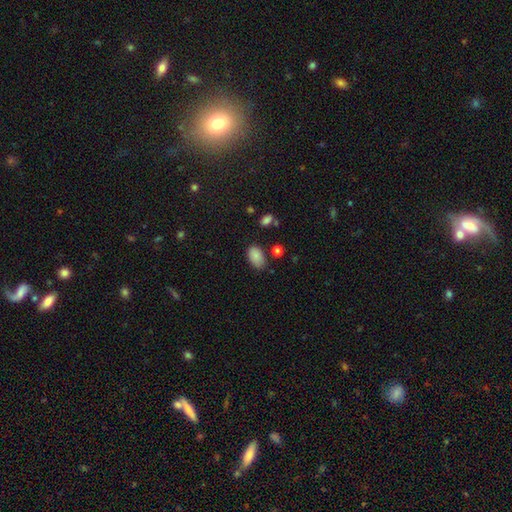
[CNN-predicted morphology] type=smooth (86%); roundness=in between (91%); merging=none (72%).